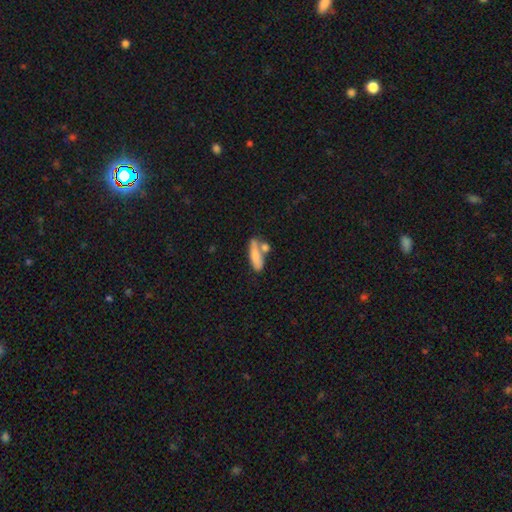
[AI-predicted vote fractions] Smooth or featured: smooth — 76% (featured or disk — 17%)
How rounded: cigar-shaped — 52% (in between — 45%)
Merging: none — 44% (merger — 33%)